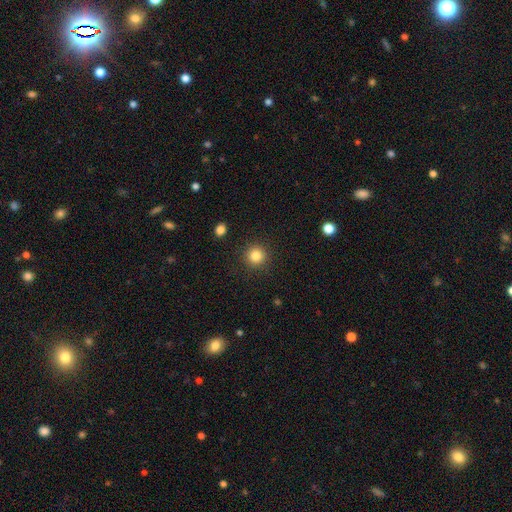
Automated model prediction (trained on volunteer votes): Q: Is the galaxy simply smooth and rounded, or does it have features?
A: smooth — 84%.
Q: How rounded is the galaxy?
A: round — 95%.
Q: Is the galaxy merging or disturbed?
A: none — 91%.